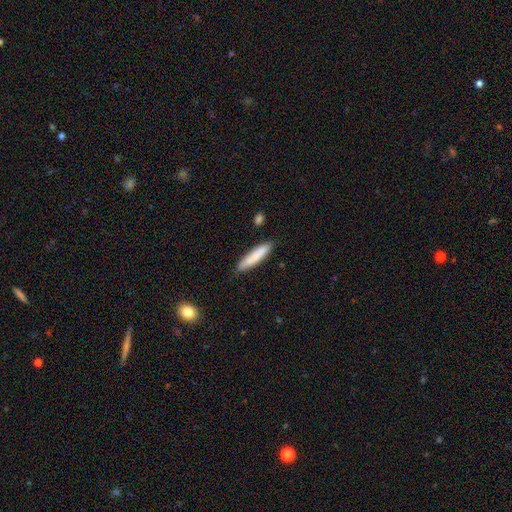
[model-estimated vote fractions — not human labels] Smooth or featured? smooth (82%)
How rounded? cigar-shaped (84%)
Merging? none (84%)